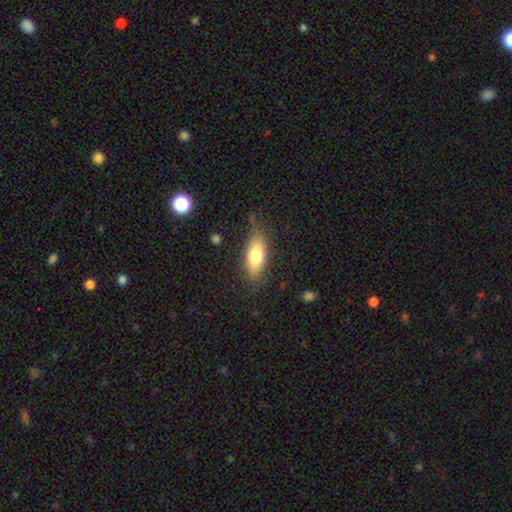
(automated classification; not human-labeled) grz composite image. It shows a smooth galaxy with no disk features (76%) that is in between round and cigar-shaped (77%). Merging: none (78%).